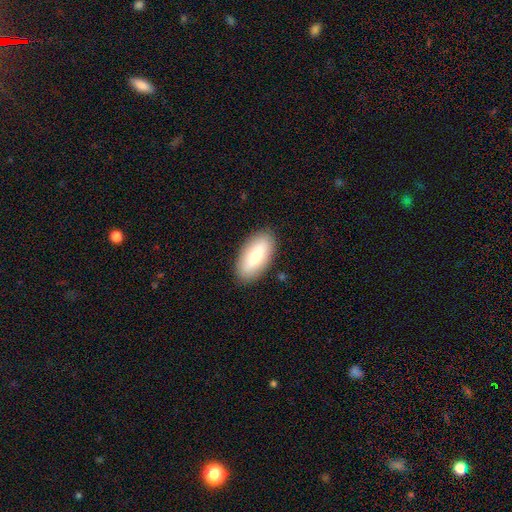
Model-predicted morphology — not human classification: Smooth or featured: smooth — 73% (featured or disk — 20%)
How rounded: in between — 88% (cigar-shaped — 9%)
Merging: none — 88% (minor disturbance — 9%)